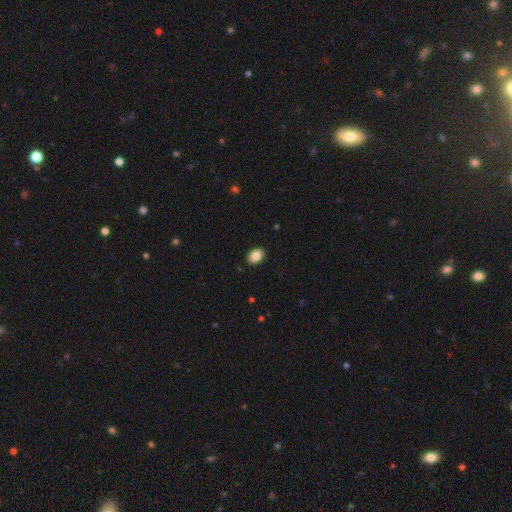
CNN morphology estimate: Q: Smooth or featured?
A: smooth (86%); runner-up: star or artifact (8%)
Q: How rounded?
A: in between (81%); runner-up: round (18%)
Q: Merging?
A: none (89%); runner-up: minor disturbance (8%)